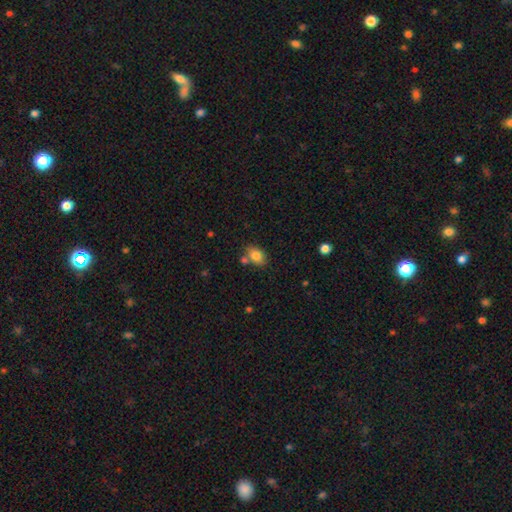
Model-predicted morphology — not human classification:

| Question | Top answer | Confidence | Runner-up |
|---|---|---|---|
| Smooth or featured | smooth | 83% | star or artifact (9%) |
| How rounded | in between | 78% | round (21%) |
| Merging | none | 66% | minor disturbance (15%) |